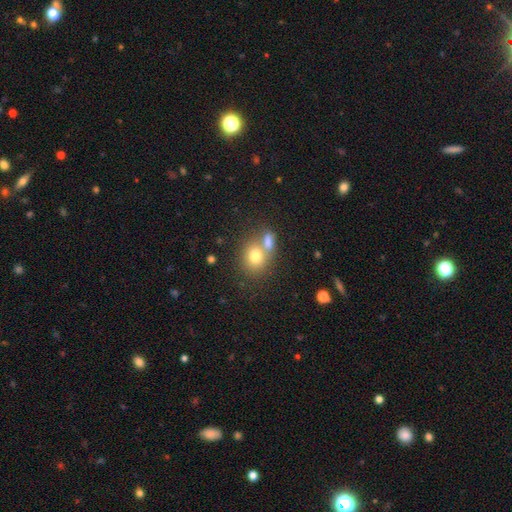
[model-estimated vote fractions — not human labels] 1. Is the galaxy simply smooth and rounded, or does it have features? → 75% smooth, 14% featured or disk, 11% star or artifact.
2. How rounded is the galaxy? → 61% round, 37% in between, 1% cigar-shaped.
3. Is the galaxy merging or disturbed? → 44% merger, 42% none, 10% minor disturbance, 4% major disturbance.